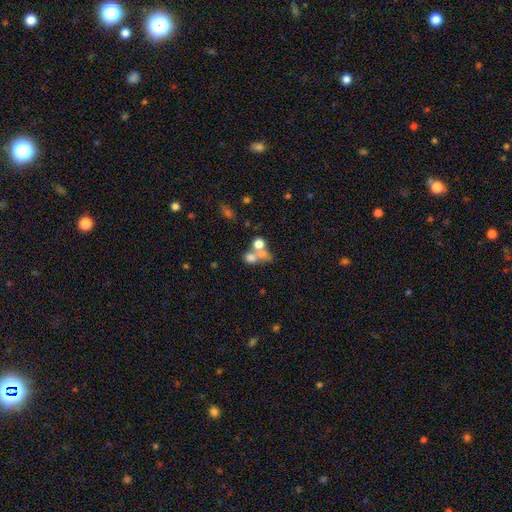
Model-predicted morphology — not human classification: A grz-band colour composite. It shows a smooth galaxy with no disk features (61%) that is round (63%). Merging: merger (57%).